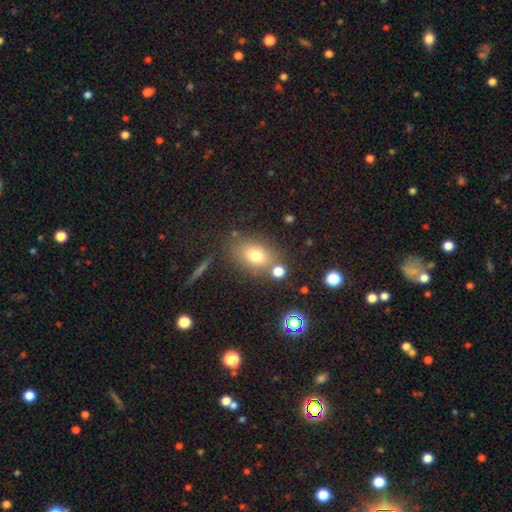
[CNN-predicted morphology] Overall: smooth (73%). How rounded: in between (69%). Merging: none (70%).